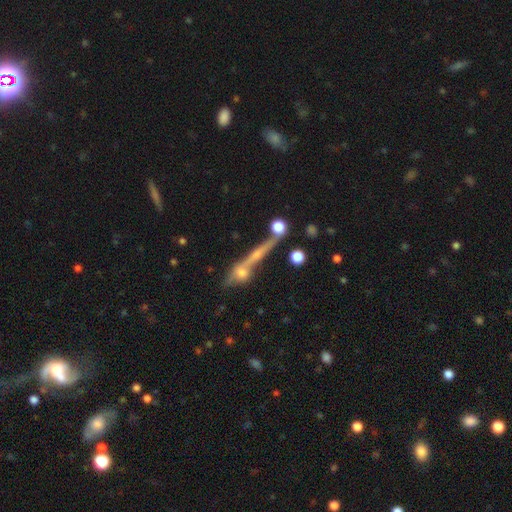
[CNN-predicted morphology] featured or disk 53%, smooth 29%, star or artifact 18%. Down the decision tree: edge-on disk — yes (76%); merging — none (46%).